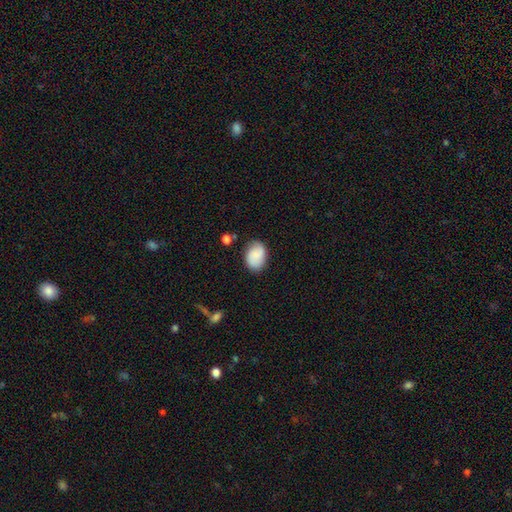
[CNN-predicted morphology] A smooth galaxy with no disk features (78%) that is in between round and cigar-shaped (77%).

Vote fractions:
- Smooth or featured? smooth: 78% / featured or disk: 14% / star or artifact: 8%
- How rounded? in between: 77% / round: 22% / cigar-shaped: 1%
- Merging? none: 76% / minor disturbance: 18% / major disturbance: 4% / merger: 3%